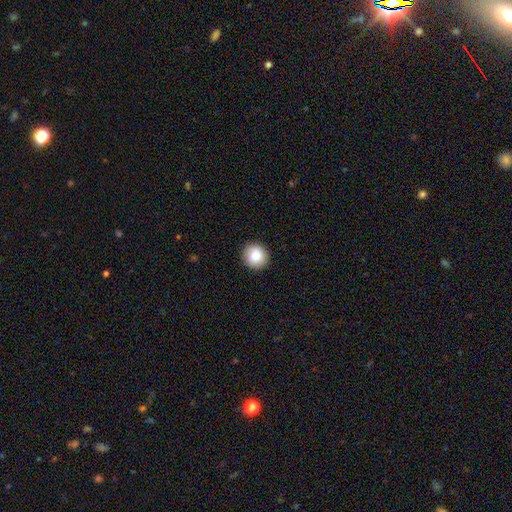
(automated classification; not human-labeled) Smooth or featured?
  - smooth: 86% *
  - star or artifact: 8%
  - featured or disk: 6%
How rounded?
  - round: 91% *
  - in between: 8%
  - cigar-shaped: 1%
Merging?
  - none: 91% *
  - minor disturbance: 6%
  - major disturbance: 2%
  - merger: 1%